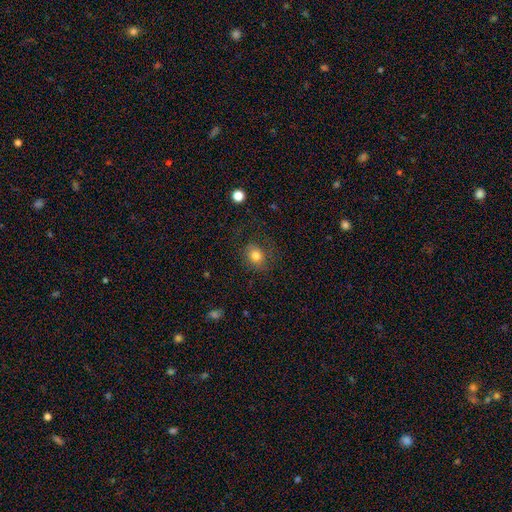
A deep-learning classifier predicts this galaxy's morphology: type=smooth (79%); roundness=round (64%); merging=none (70%).